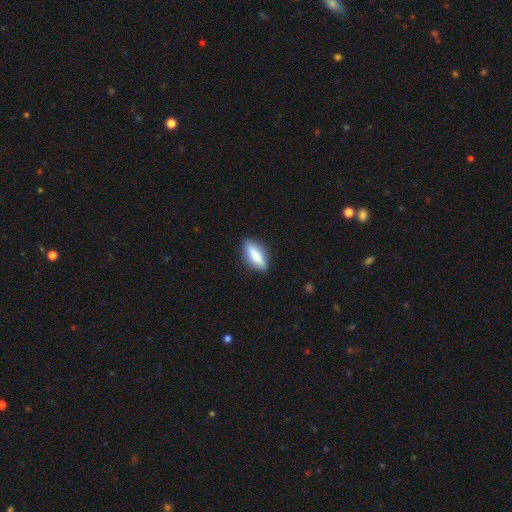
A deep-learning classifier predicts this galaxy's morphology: This is likely a smooth galaxy (72%). How rounded: likely in between (61%). Merging: clearly none (86%).